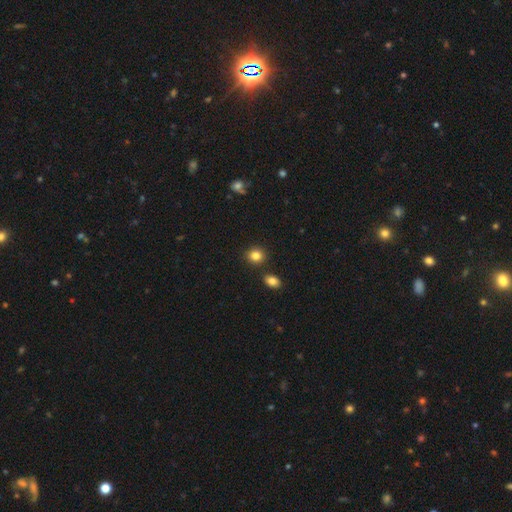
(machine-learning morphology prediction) Overall: smooth (85%). How rounded: round (76%). Merging: none (84%).